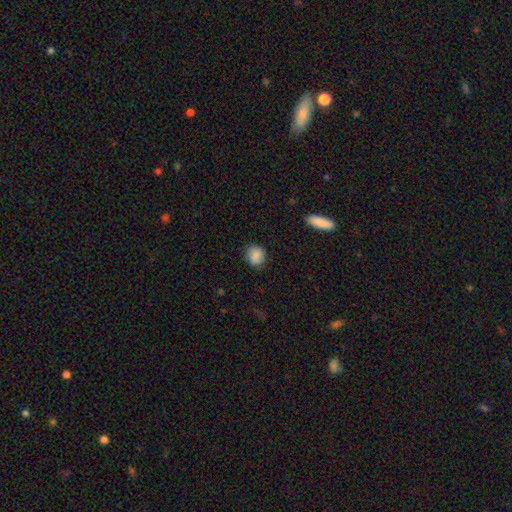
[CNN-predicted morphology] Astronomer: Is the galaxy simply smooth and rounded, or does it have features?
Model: smooth — 84%.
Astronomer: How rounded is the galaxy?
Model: round — 77%.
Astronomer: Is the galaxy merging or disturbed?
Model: none — 80%.